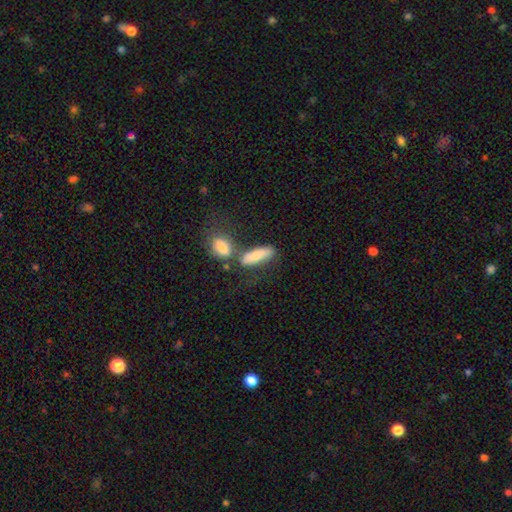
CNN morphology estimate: smooth_or_featured: smooth (p=0.78) [alt: featured or disk p=0.15]
how_rounded: in between (p=0.52) [alt: cigar-shaped p=0.44]
merging: none (p=0.50) [alt: merger p=0.29]